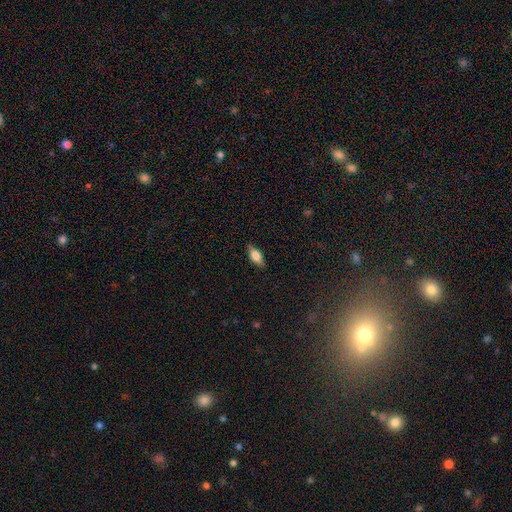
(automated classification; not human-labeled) Q: Smooth or featured?
A: smooth (63%); runner-up: featured or disk (30%)
Q: How rounded?
A: in between (73%); runner-up: cigar-shaped (24%)
Q: Merging?
A: none (85%); runner-up: minor disturbance (11%)